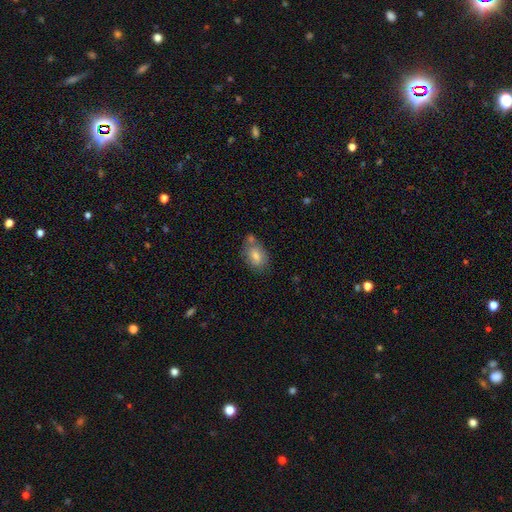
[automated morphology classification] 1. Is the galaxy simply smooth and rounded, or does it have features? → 73% smooth, 16% featured or disk, 10% star or artifact.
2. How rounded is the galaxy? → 81% in between, 17% round, 2% cigar-shaped.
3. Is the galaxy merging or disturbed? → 62% none, 18% minor disturbance, 16% merger, 4% major disturbance.